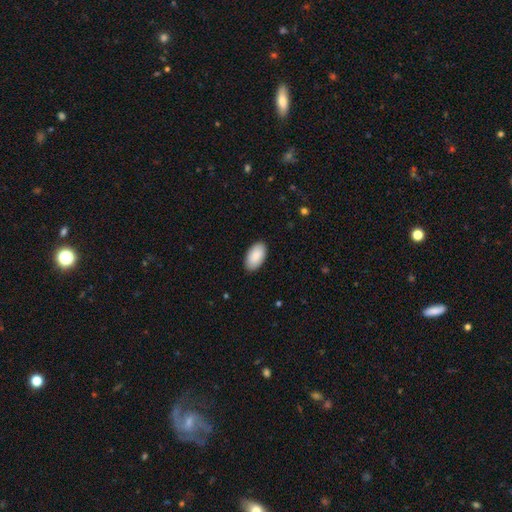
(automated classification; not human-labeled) smooth_or_featured: smooth (p=0.90) [alt: star or artifact p=0.05]
how_rounded: in between (p=0.96) [alt: round p=0.02]
merging: none (p=0.89) [alt: minor disturbance p=0.08]